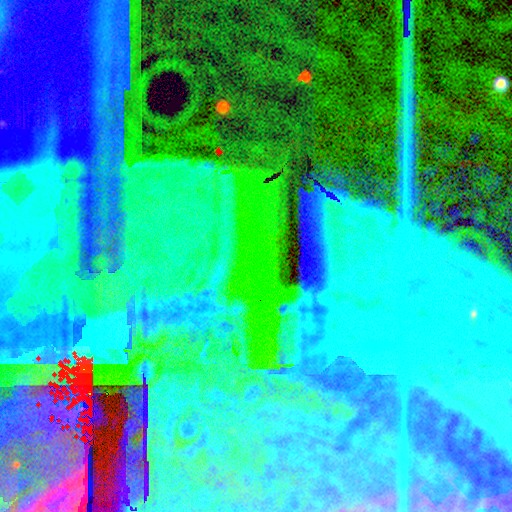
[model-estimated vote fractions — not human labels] This appears to be a star or artifact, not a galaxy (84%).